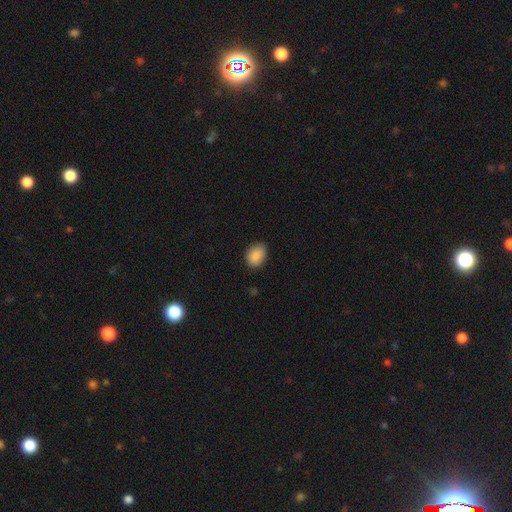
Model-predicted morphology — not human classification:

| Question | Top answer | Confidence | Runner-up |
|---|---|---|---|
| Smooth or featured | smooth | 88% | star or artifact (8%) |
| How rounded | in between | 73% | round (26%) |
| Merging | none | 76% | minor disturbance (20%) |